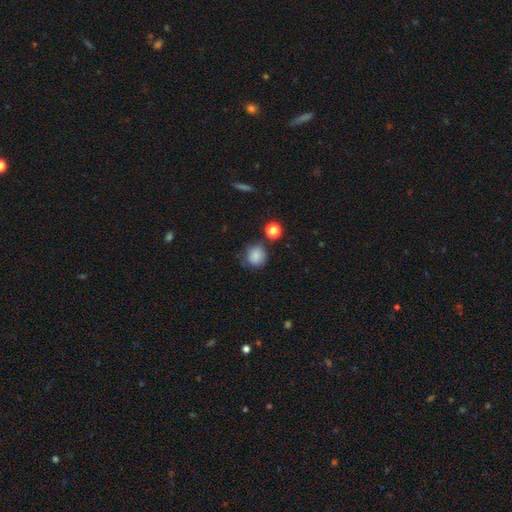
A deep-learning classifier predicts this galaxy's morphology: Overall: smooth (83%). How rounded: round (86%). Merging: none (69%).